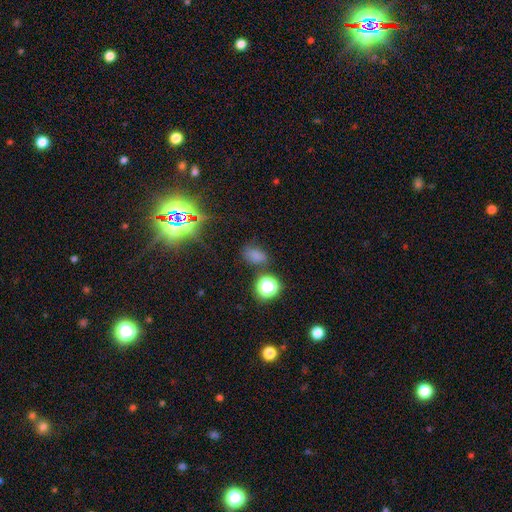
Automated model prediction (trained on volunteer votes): Smooth or featured? smooth (66%)
How rounded? in between (76%)
Merging? none (67%)